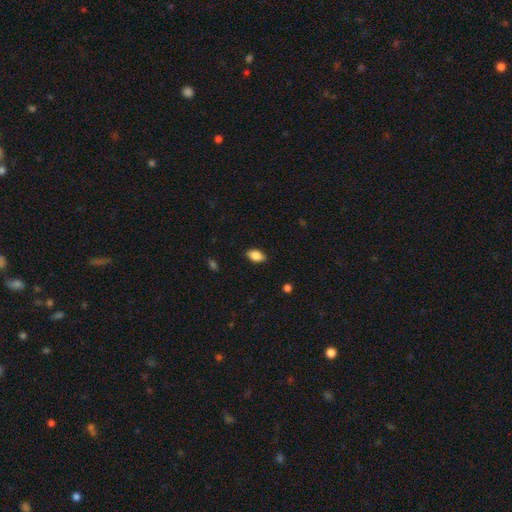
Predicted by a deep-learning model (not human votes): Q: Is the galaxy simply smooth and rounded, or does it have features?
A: smooth — 86%.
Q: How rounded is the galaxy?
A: in between — 90%.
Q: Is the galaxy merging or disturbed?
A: none — 87%.